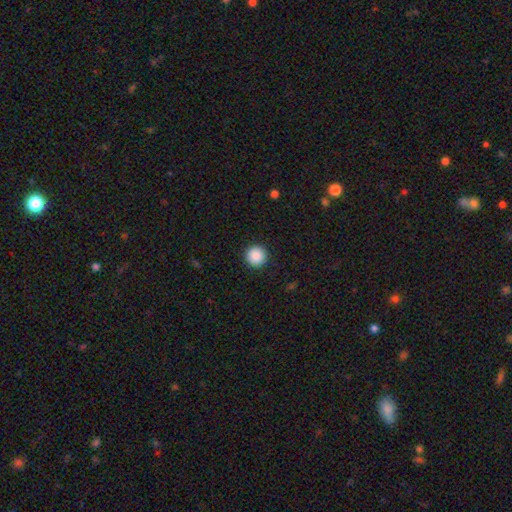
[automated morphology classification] A smooth galaxy with no disk features (89%) that is round (96%).

Vote fractions:
- Smooth or featured? smooth: 89% / star or artifact: 9% / featured or disk: 3%
- How rounded? round: 96% / in between: 3% / cigar-shaped: 1%
- Merging? none: 93% / minor disturbance: 4% / major disturbance: 2% / merger: 1%